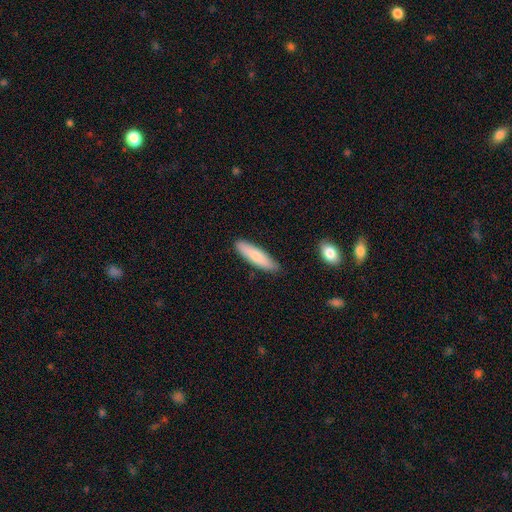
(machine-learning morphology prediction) This is likely a smooth galaxy (78%). How rounded: likely cigar-shaped (72%). Merging: clearly none (87%).